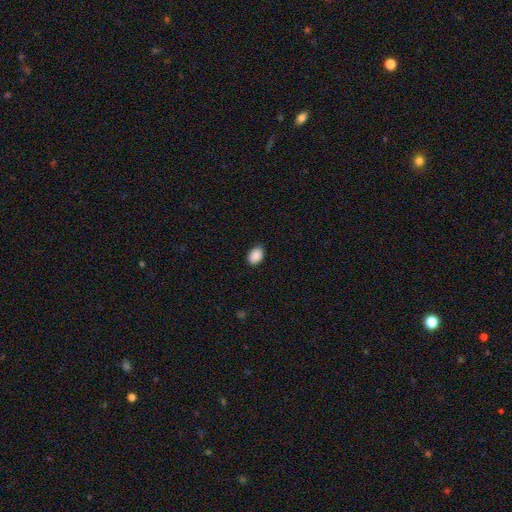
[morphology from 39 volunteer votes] Smooth or featured?
  - smooth: 92% *
  - star or artifact: 5%
  - featured or disk: 3%
How rounded?
  - in between: 83% *
  - round: 17%
  - cigar-shaped: 0%
Merging?
  - none: 65% *
  - minor disturbance: 35%
  - major disturbance: 0%
  - merger: 0%